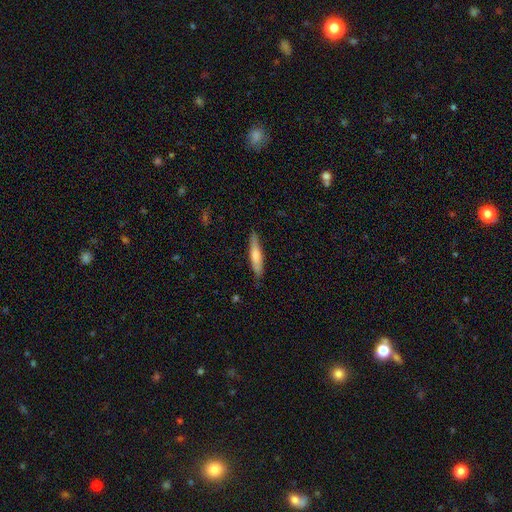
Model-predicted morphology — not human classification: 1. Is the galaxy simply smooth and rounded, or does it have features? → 65% smooth, 30% featured or disk, 5% star or artifact.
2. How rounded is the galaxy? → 84% cigar-shaped, 14% in between, 1% round.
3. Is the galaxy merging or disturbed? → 81% none, 15% minor disturbance, 2% major disturbance, 1% merger.